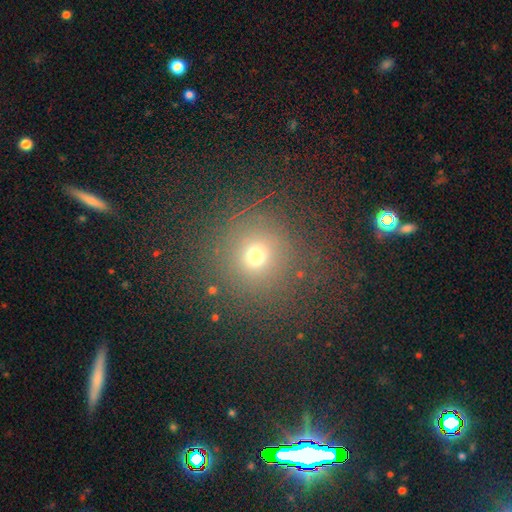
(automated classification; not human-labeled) Smooth or featured? smooth (67%)
How rounded? round (92%)
Merging? none (85%)